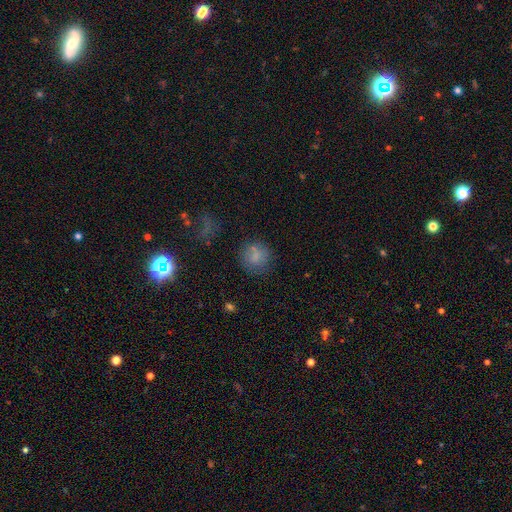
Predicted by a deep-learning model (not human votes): Smooth or featured?
  - smooth: 76% *
  - featured or disk: 13%
  - star or artifact: 11%
How rounded?
  - round: 89% *
  - in between: 10%
  - cigar-shaped: 1%
Merging?
  - none: 72% *
  - minor disturbance: 15%
  - major disturbance: 7%
  - merger: 6%